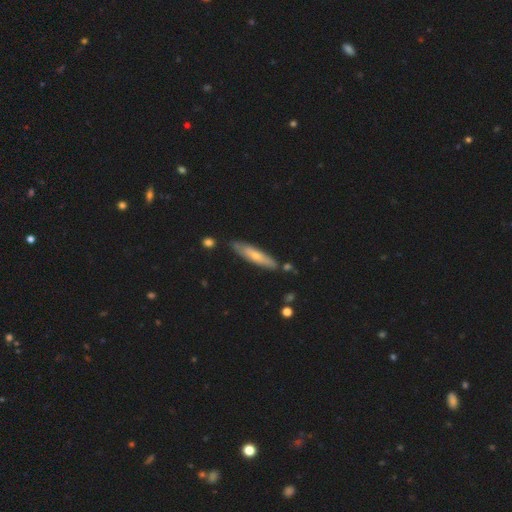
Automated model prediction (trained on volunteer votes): smooth_or_featured: smooth (p=0.51) [alt: featured or disk p=0.43]
how_rounded: cigar-shaped (p=0.80) [alt: in between p=0.18]
merging: none (p=0.80) [alt: minor disturbance p=0.14]